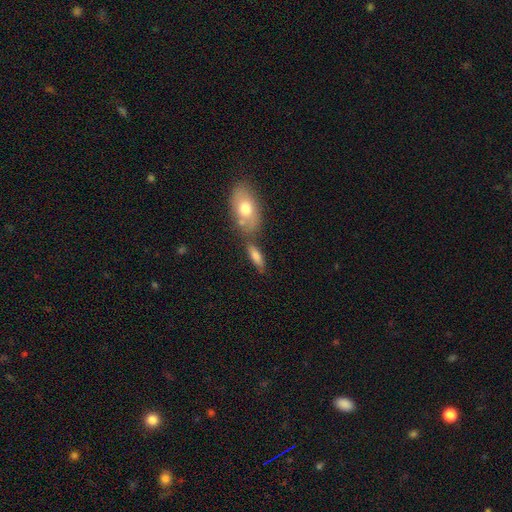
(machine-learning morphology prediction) A smooth galaxy with no disk features (72%) that is in between round and cigar-shaped (60%).

Vote fractions:
- Smooth or featured? smooth: 72% / featured or disk: 20% / star or artifact: 8%
- How rounded? in between: 60% / cigar-shaped: 36% / round: 4%
- Merging? none: 58% / merger: 21% / minor disturbance: 15% / major disturbance: 5%